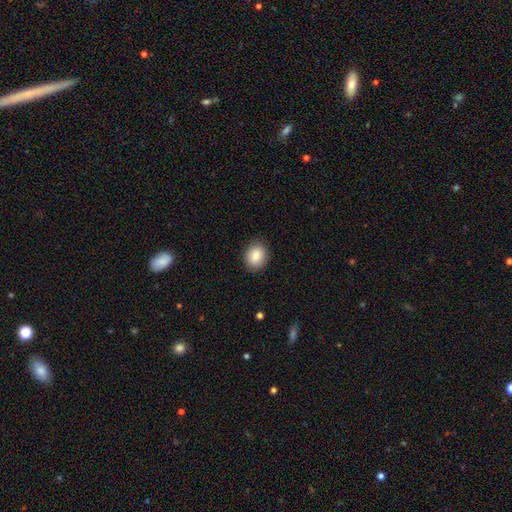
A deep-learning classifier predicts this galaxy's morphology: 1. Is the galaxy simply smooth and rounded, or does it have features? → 84% smooth, 8% featured or disk, 8% star or artifact.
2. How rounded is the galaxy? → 57% round, 42% in between, 1% cigar-shaped.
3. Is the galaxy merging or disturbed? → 88% none, 9% minor disturbance, 2% major disturbance, 1% merger.